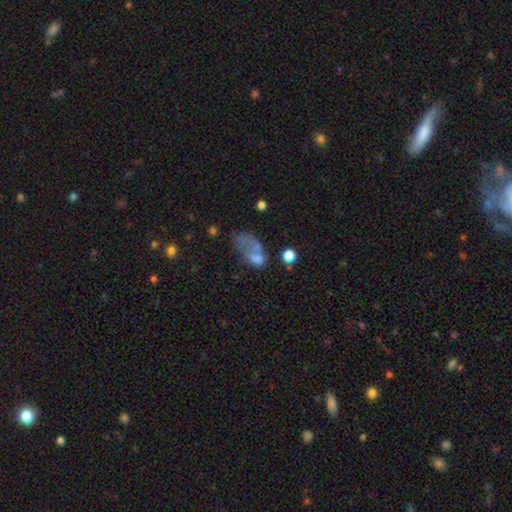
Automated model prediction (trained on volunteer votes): Overall: smooth (56%; featured or disk 30%). How rounded: in between (84%). Merging: major disturbance (43%; merger 23%).